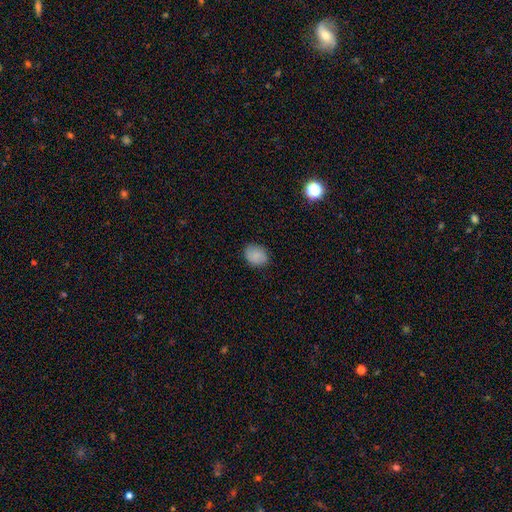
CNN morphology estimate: The model was most divided on "how rounded": in between: 51%, round: 48%, cigar-shaped: 1%. More confident: smooth or featured — smooth (84%); merging — none (84%).